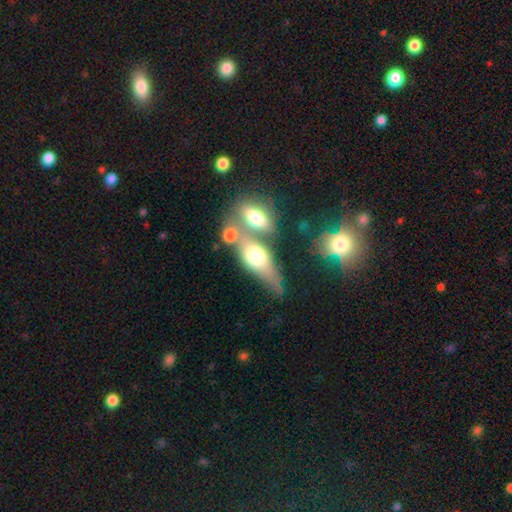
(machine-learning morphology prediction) Smooth or featured: smooth — 54% (featured or disk — 37%)
How rounded: in between — 68% (cigar-shaped — 21%)
Merging: merger — 44% (none — 34%)